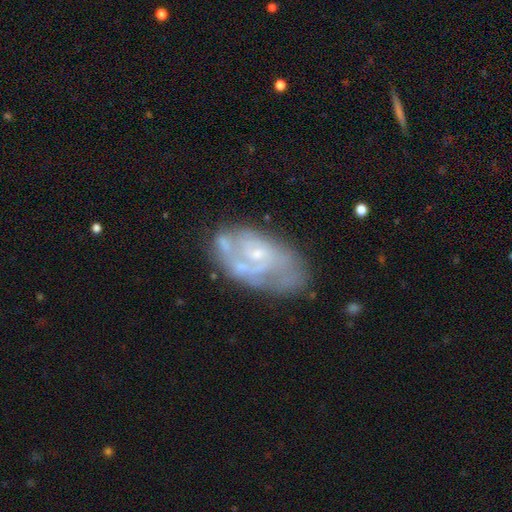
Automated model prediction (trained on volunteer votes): A featured or disk galaxy (75%) with no bar (69%), tight (46%) spiral arms (75%) and a small central bulge (66%).

Vote fractions:
- Smooth or featured? featured or disk: 75% / smooth: 18% / star or artifact: 7%
- Edge-on disk? no: 96% / yes: 4%
- Bar? no: 69% / weak: 27% / strong: 4%
- Spiral arms? yes: 75% / no: 25%
- Spiral winding? tight: 46% / medium: 38% / loose: 16%
- Spiral arm count? can't tell: 39% / 2: 34% / 1: 11% / 3: 11% / 4: 3% / more than 4: 3%
- Bulge size? small: 66% / moderate: 22% / none: 9% / large: 2% / dominant: 1%
- Merging? none: 54% / minor disturbance: 24% / major disturbance: 16% / merger: 6%